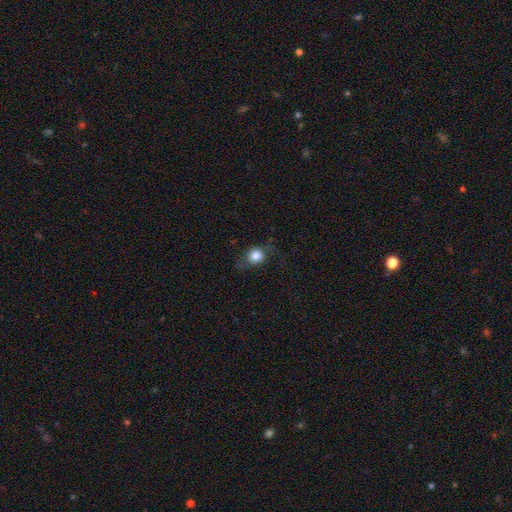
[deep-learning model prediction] Smooth or featured? smooth (76%)
How rounded? round (79%)
Merging? none (67%)